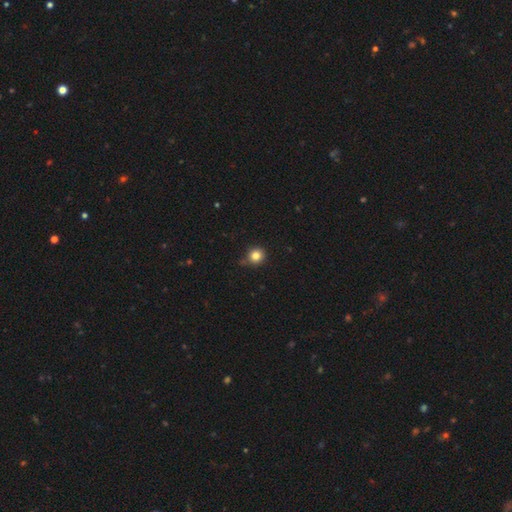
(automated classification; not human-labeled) This appears to be a smooth galaxy with no disk features (83%) that is round (92%). Merging: none (77%).